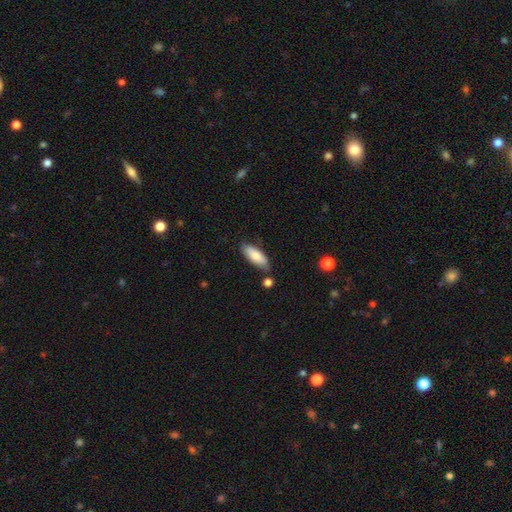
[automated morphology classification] This appears to be a smooth galaxy with no disk features (82%) that is in between round and cigar-shaped (73%). Merging: none (75%).